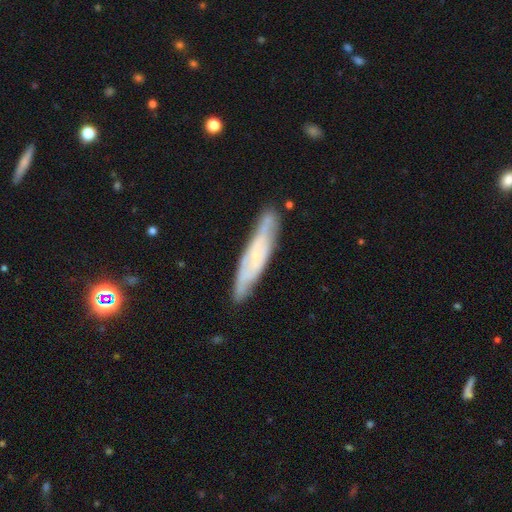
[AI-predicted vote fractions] This appears to be a featured or disk galaxy (59%) viewed edge-on (55%). Merging: none (79%).